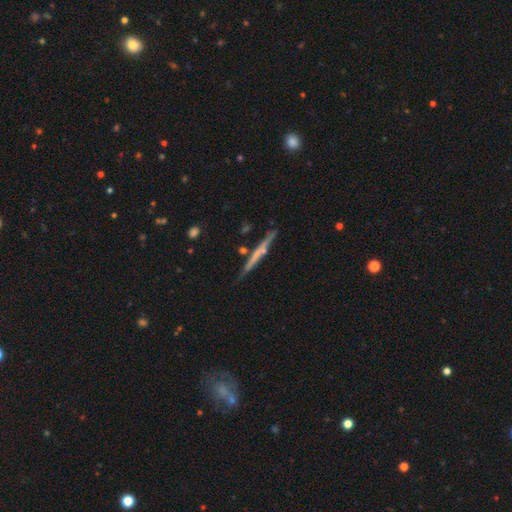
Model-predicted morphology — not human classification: featured or disk 61%, smooth 32%, star or artifact 7%. Down the decision tree: edge-on disk — yes (97%); edge-on bulge — none (65%); merging — none (84%).